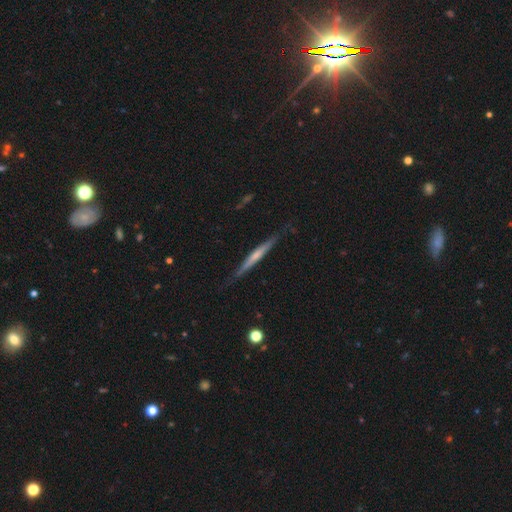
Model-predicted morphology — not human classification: featured or disk 57%, smooth 37%, star or artifact 6%. Down the decision tree: edge-on disk — yes (96%); edge-on bulge — none (51%); merging — none (83%).